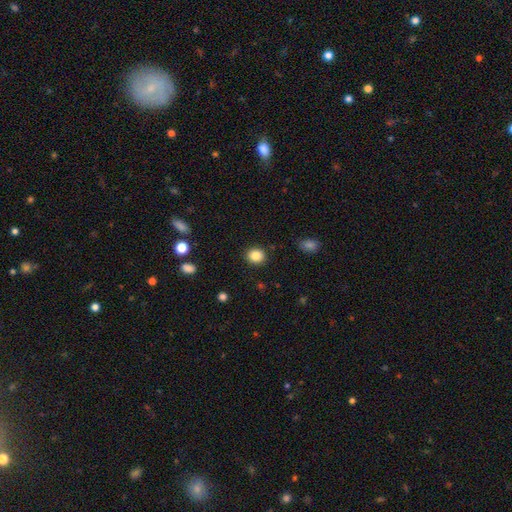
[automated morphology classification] A smooth galaxy with no disk features (86%) that is round (74%). Merging: none (90%).